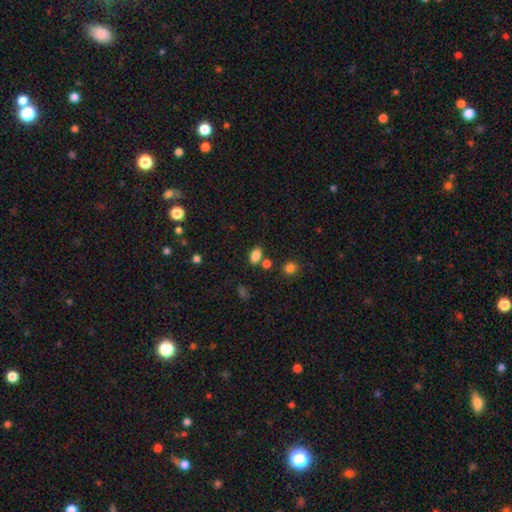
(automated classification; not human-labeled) A smooth galaxy with no disk features (84%) that is in between round and cigar-shaped (85%). Merging: none (72%).